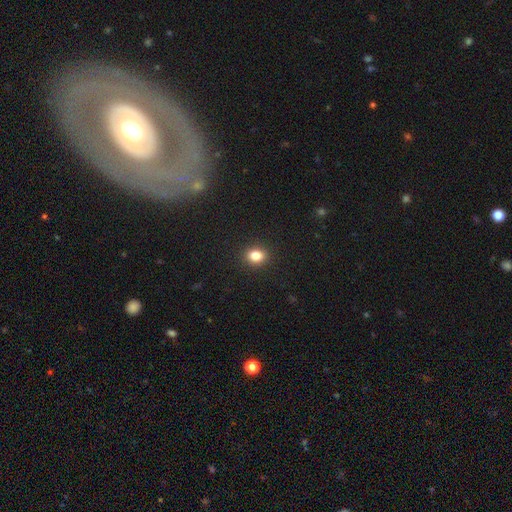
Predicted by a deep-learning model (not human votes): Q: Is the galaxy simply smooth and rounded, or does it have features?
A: smooth — 84%.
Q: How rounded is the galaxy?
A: in between — 51%.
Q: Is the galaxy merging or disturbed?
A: none — 90%.